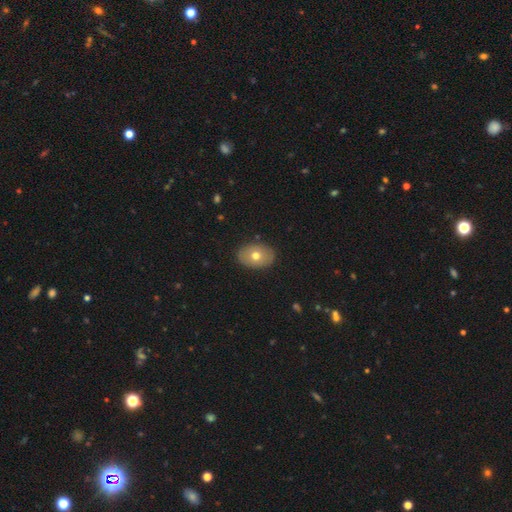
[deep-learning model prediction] smooth-or-featured: smooth: 67% | featured or disk: 25% | star or artifact: 8%
  how-rounded: in between: 78% | round: 21% | cigar-shaped: 1%
  merging: none: 88% | minor disturbance: 8% | major disturbance: 2% | merger: 1%